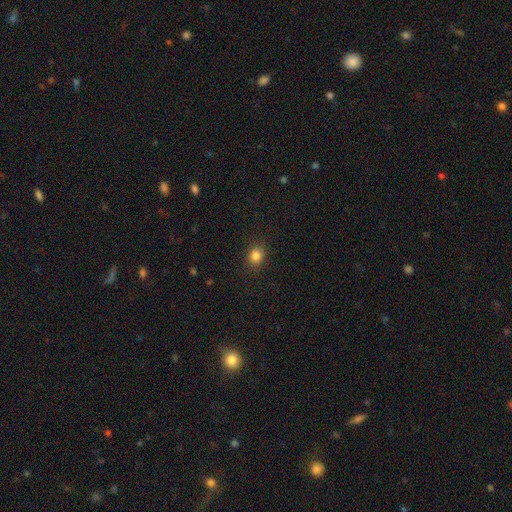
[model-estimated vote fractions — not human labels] Smooth or featured? smooth (84%)
How rounded? round (69%)
Merging? none (89%)